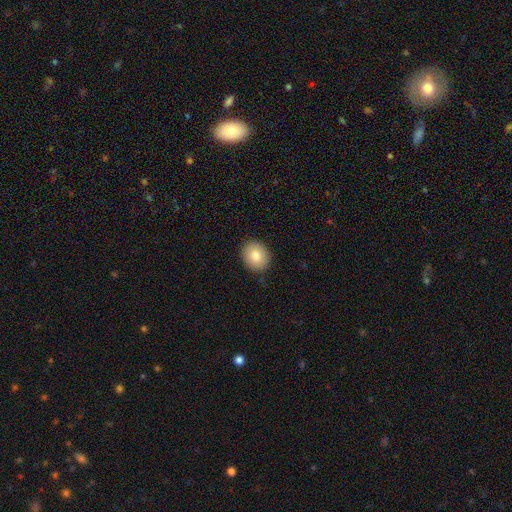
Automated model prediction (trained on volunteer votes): Overall: smooth (81%). How rounded: round (70%). Merging: none (90%).